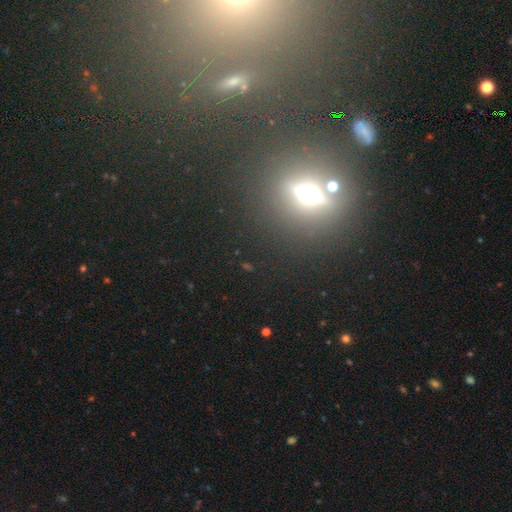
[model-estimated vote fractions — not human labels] star or artifact 50%, smooth 35%, featured or disk 15%.